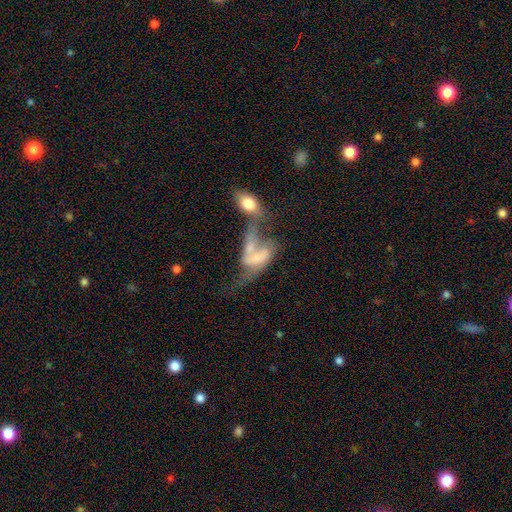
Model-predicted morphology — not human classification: Smooth or featured? Predicted: featured or disk (p=0.49). Merging? Predicted: merger (p=0.66).